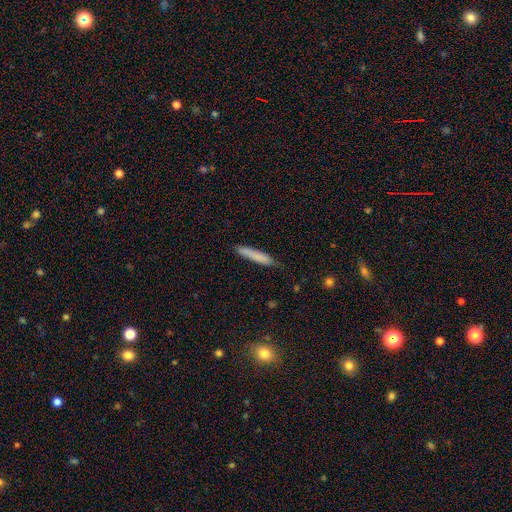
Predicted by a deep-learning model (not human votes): The model was most divided on "merging": none: 78%, minor disturbance: 17%, major disturbance: 3%, merger: 2%. More confident: how rounded — cigar-shaped (92%); smooth or featured — smooth (80%).